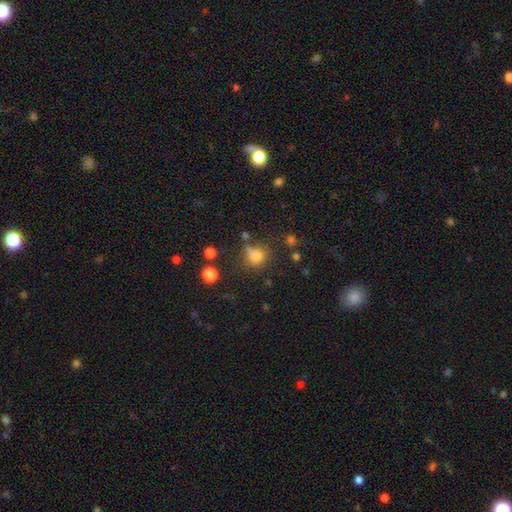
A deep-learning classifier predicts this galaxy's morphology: Smooth or featured: smooth — 76% (star or artifact — 16%)
How rounded: round — 70% (in between — 29%)
Merging: none — 52% (minor disturbance — 24%)